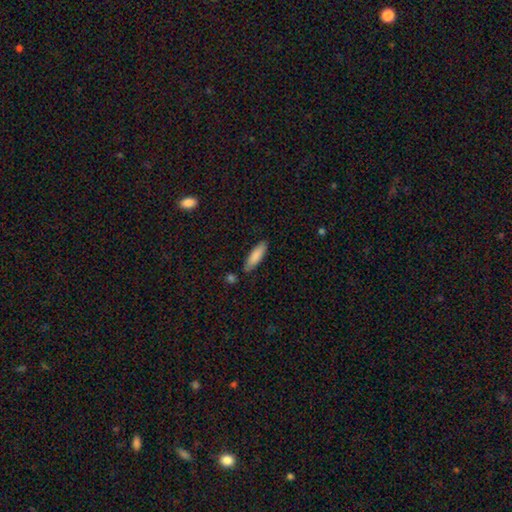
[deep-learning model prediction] Morphology: type=smooth (85%); roundness=cigar-shaped (54%); merging=none (82%).